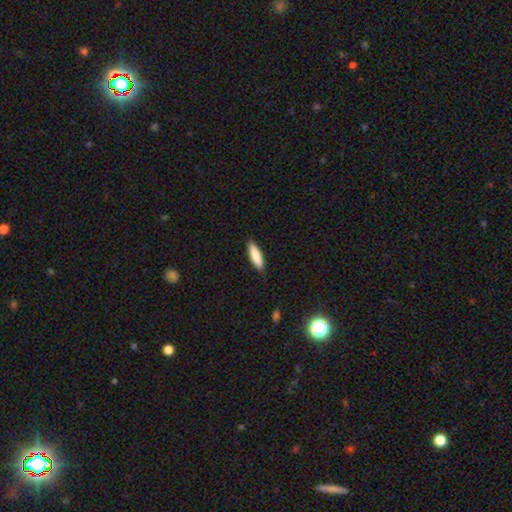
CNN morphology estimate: This is clearly a smooth galaxy (85%). How rounded: likely cigar-shaped (65%). Merging: clearly none (88%).